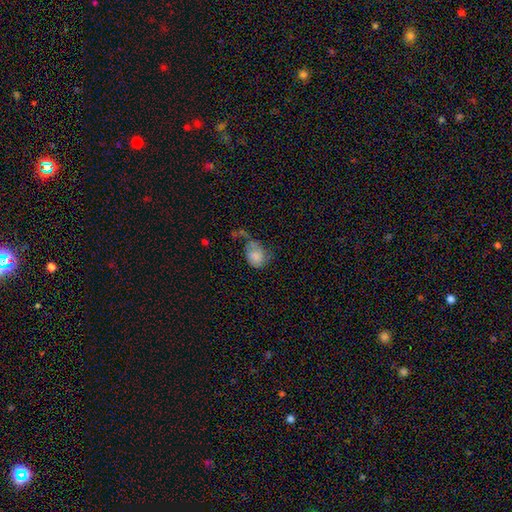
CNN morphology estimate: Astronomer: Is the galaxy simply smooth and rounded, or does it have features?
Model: smooth — 69%.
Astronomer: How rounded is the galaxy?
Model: in between — 54% (runner-up: round, 45%).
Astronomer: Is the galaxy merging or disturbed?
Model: major disturbance — 41% (runner-up: minor disturbance, 25%).